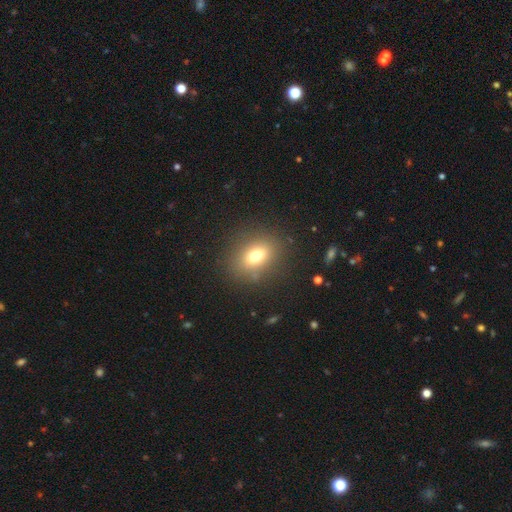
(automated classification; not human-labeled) Q: Smooth or featured?
A: smooth (72%); runner-up: featured or disk (15%)
Q: How rounded?
A: in between (62%); runner-up: round (36%)
Q: Merging?
A: none (84%); runner-up: minor disturbance (10%)